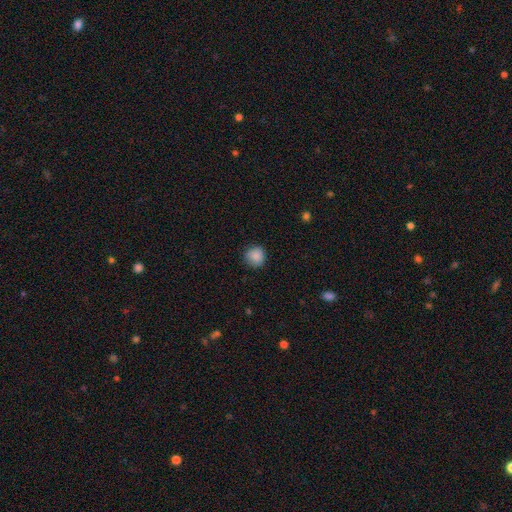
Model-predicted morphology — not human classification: This is clearly a smooth galaxy (86%). How rounded: clearly round (91%). Merging: clearly none (82%).